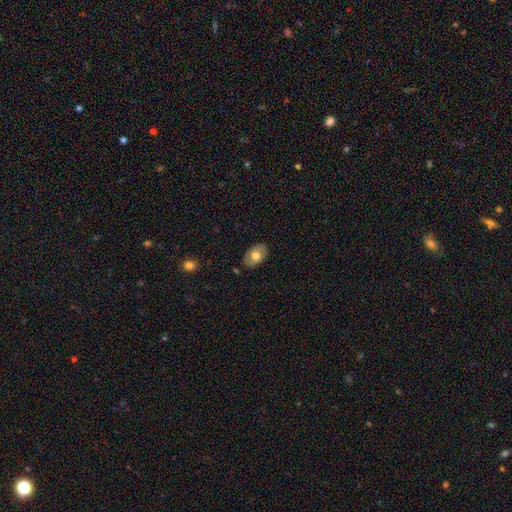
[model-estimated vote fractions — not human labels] This is likely a smooth galaxy (67%). How rounded: clearly in between (86%). Merging: clearly none (84%).